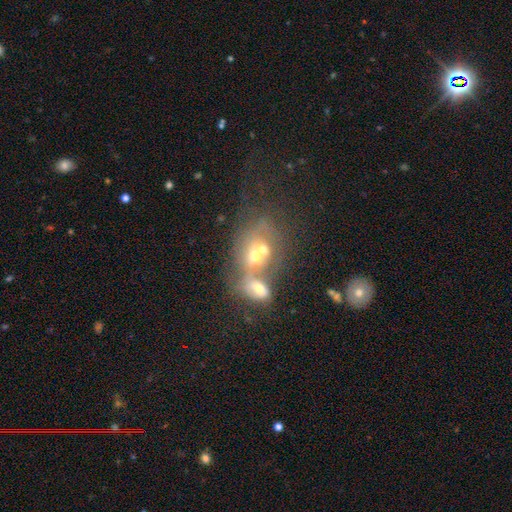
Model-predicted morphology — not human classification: smooth-or-featured: smooth: 48% | featured or disk: 36% | star or artifact: 16%
  merging: merger: 68% | none: 17% | major disturbance: 8% | minor disturbance: 7%